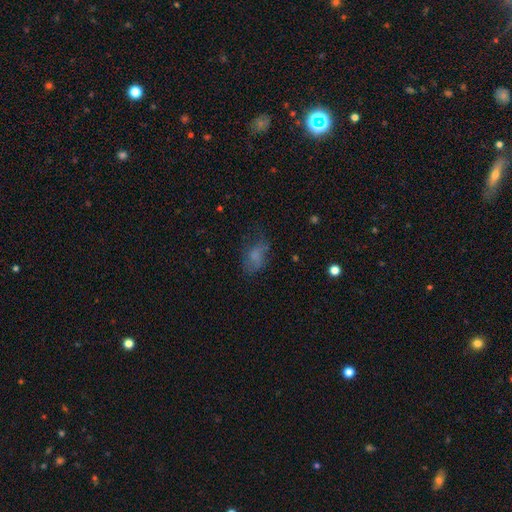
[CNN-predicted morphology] smooth-or-featured: smooth: 63% | featured or disk: 23% | star or artifact: 15%
  how-rounded: in between: 84% | round: 13% | cigar-shaped: 3%
  merging: none: 45% | minor disturbance: 28% | major disturbance: 25% | merger: 3%